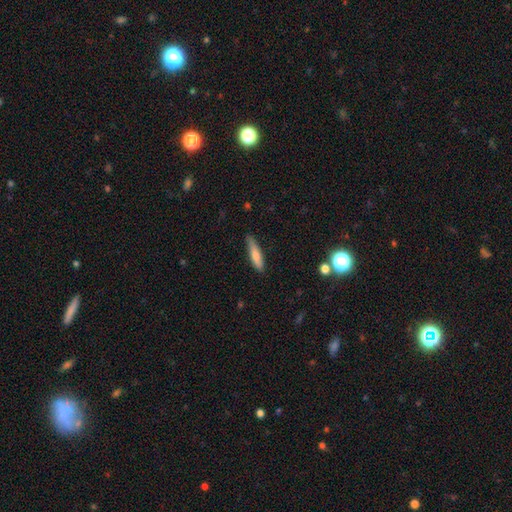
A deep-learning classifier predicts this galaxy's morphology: The model was most divided on "smooth or featured": smooth: 73%, featured or disk: 21%, star or artifact: 6%. More confident: how rounded — cigar-shaped (78%); merging — none (76%).